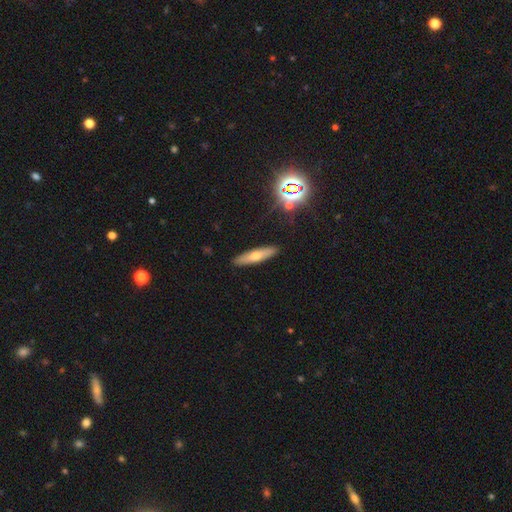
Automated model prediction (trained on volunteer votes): Smooth or featured: smooth — 57% (featured or disk — 35%)
How rounded: cigar-shaped — 80% (in between — 18%)
Merging: none — 90% (minor disturbance — 7%)